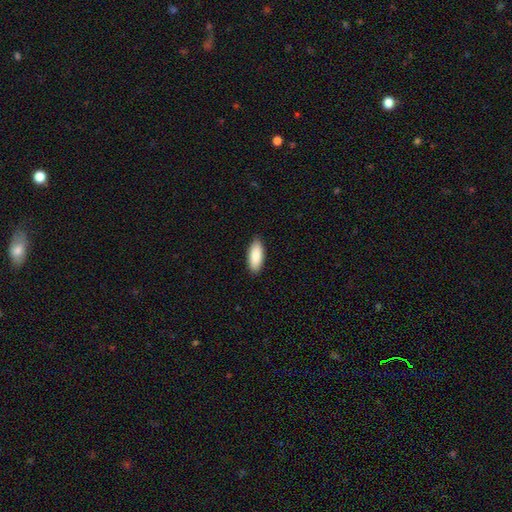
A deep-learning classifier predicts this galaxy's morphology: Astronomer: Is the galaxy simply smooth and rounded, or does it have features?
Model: smooth — 89%.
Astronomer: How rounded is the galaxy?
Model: in between — 81%.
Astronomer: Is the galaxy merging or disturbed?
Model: none — 88%.